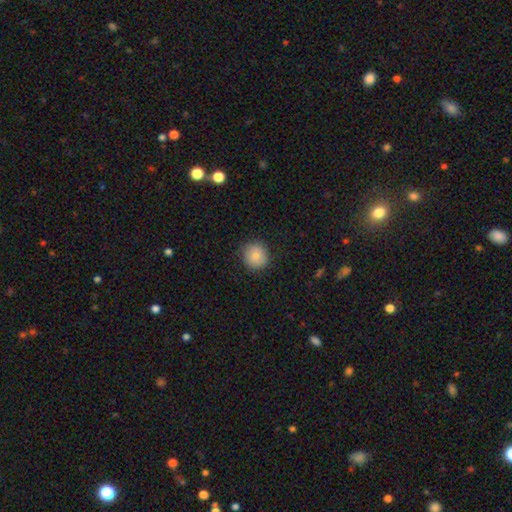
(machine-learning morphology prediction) Smooth or featured: smooth — 79% (featured or disk — 12%)
How rounded: round — 91% (in between — 8%)
Merging: none — 85% (minor disturbance — 11%)